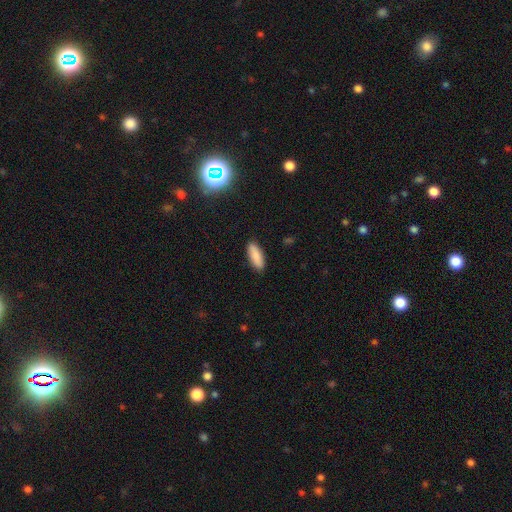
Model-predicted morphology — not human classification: A smooth galaxy with no disk features (87%) that is in between round and cigar-shaped (64%).

Vote fractions:
- Smooth or featured? smooth: 87% / featured or disk: 7% / star or artifact: 6%
- How rounded? in between: 64% / cigar-shaped: 35% / round: 2%
- Merging? none: 89% / minor disturbance: 8% / major disturbance: 2% / merger: 1%